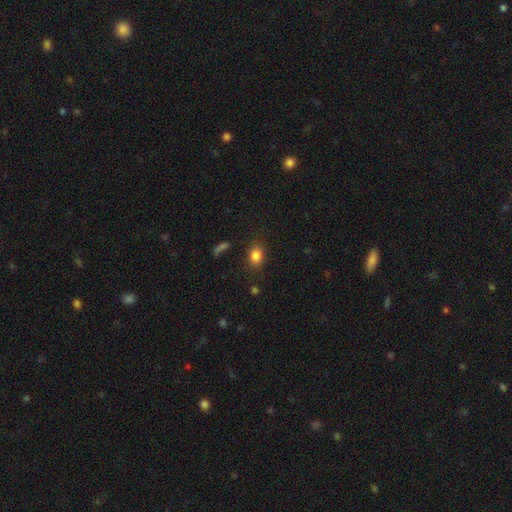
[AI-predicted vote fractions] A smooth galaxy with no disk features (83%) that is in between round and cigar-shaped (57%). Merging: none (82%).